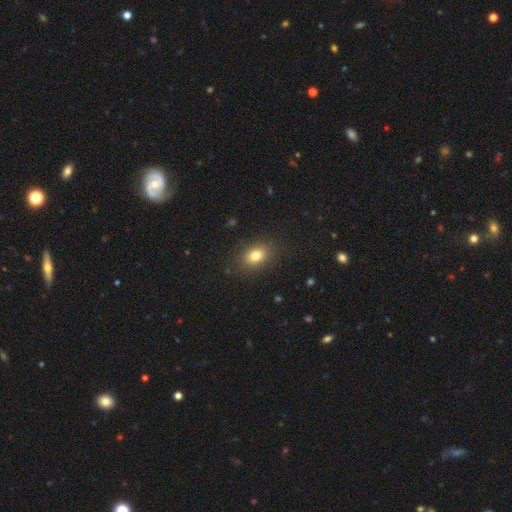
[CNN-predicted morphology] Smooth or featured: smooth — 79% (star or artifact — 11%)
How rounded: in between — 69% (round — 29%)
Merging: none — 85% (minor disturbance — 10%)